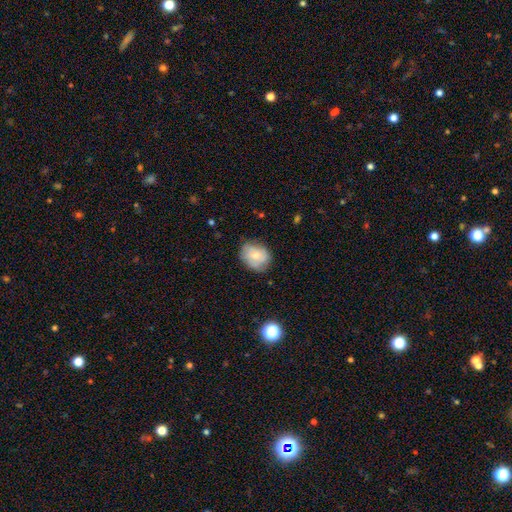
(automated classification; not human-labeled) A smooth galaxy with no disk features (67%) that is in between round and cigar-shaped (50%). Merging: none (69%).